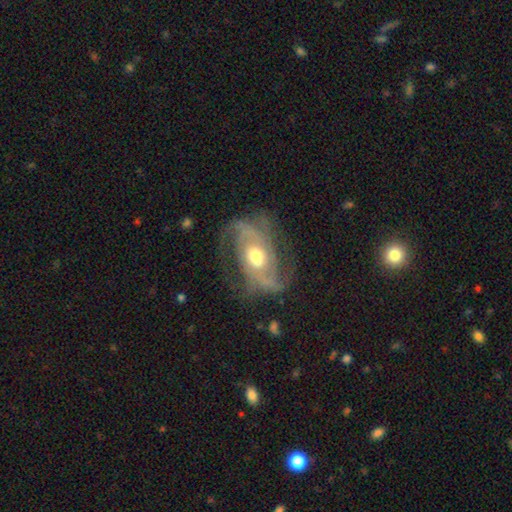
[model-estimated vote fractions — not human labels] A featured or disk galaxy (86%) with no bar (59%), 2 (56%) medium (46%) spiral arms (93%) and a moderate central bulge (68%). Merging: none (63%).